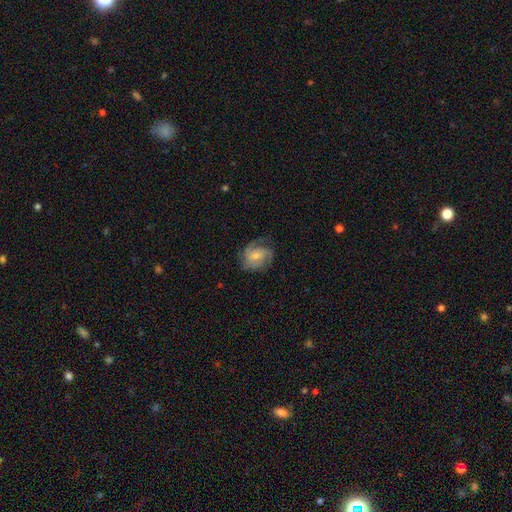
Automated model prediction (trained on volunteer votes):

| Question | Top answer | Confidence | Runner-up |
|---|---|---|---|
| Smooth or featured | featured or disk | 78% | smooth (16%) |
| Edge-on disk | no | 98% | yes (2%) |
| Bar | no | 60% | weak (33%) |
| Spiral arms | yes | 95% | no (5%) |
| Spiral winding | medium | 44% | tight (42%) |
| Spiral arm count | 3 | 35% | tied: 2 (35%) |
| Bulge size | small | 56% | moderate (36%) |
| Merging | none | 69% | minor disturbance (19%) |